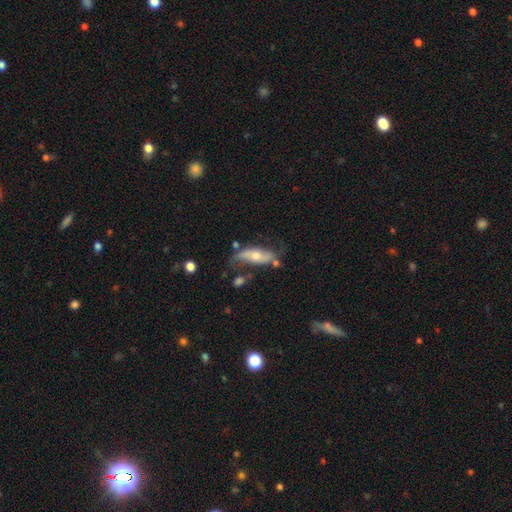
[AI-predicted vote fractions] Morphology: type=featured or disk (57%); edge-on=no (74%); merging=none (52%).